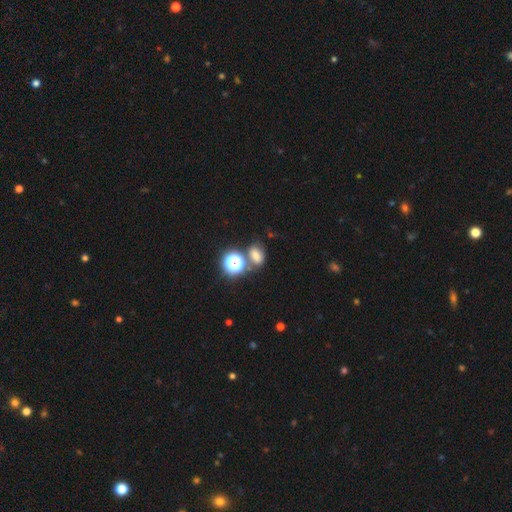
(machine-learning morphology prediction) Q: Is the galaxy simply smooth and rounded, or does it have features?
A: smooth — 65%.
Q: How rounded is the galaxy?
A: in between — 66%.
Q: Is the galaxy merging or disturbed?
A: none — 59%.